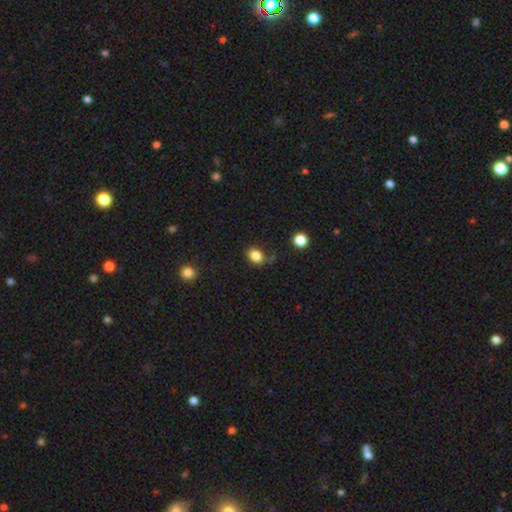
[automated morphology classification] smooth-or-featured: smooth: 84% | star or artifact: 10% | featured or disk: 5%
  how-rounded: in between: 66% | round: 33% | cigar-shaped: 1%
  merging: none: 74% | minor disturbance: 17% | merger: 5% | major disturbance: 4%